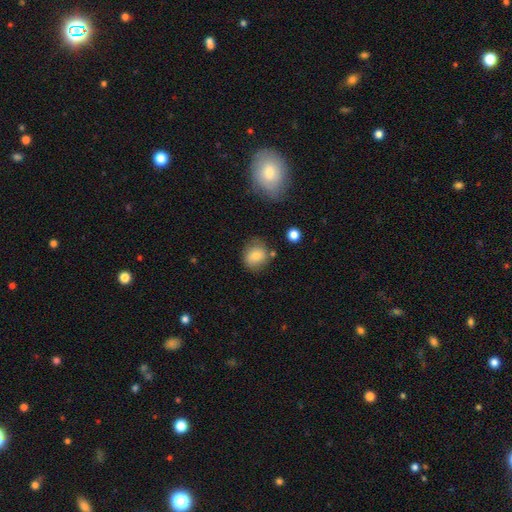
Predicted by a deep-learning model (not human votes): Smooth or featured?
  - smooth: 79% *
  - featured or disk: 12%
  - star or artifact: 9%
How rounded?
  - round: 69% *
  - in between: 30%
  - cigar-shaped: 1%
Merging?
  - none: 67% *
  - minor disturbance: 21%
  - major disturbance: 7%
  - merger: 6%